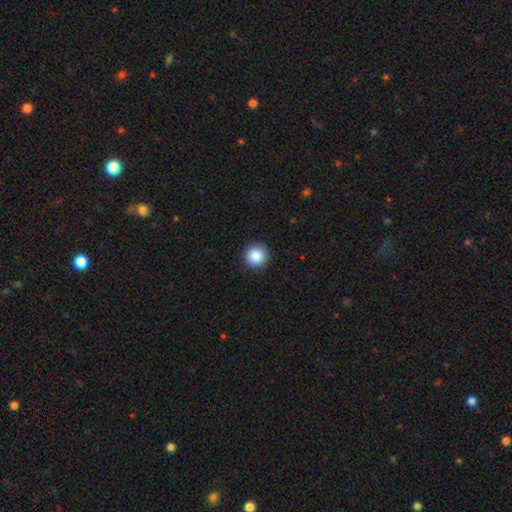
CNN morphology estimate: Smooth or featured?
  - smooth: 87% *
  - star or artifact: 9%
  - featured or disk: 4%
How rounded?
  - round: 96% *
  - in between: 3%
  - cigar-shaped: 1%
Merging?
  - none: 92% *
  - minor disturbance: 5%
  - major disturbance: 2%
  - merger: 1%